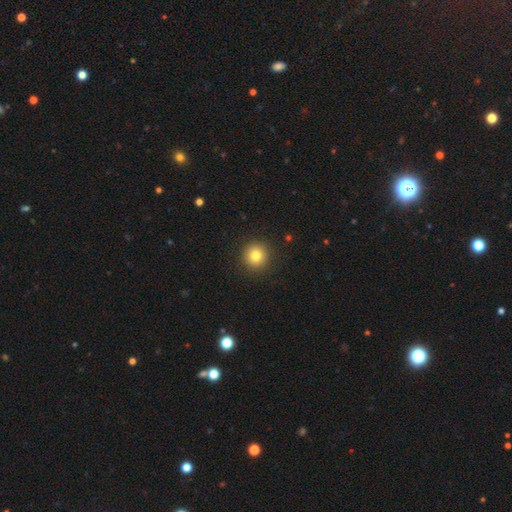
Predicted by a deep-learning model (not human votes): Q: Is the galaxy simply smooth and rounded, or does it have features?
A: smooth — 80%.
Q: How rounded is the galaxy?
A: round — 94%.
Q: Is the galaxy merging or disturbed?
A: none — 91%.